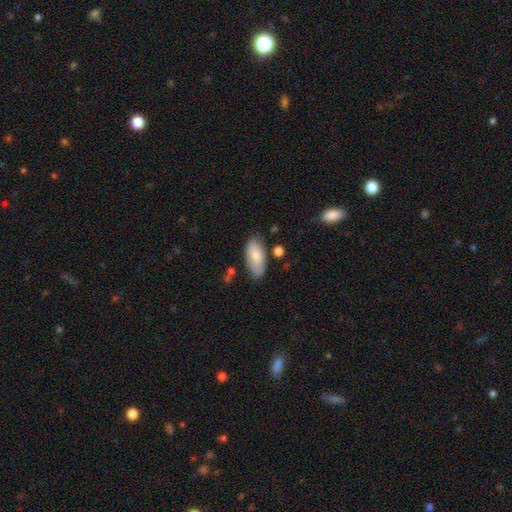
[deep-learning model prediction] Smooth or featured: smooth — 78% (featured or disk — 16%)
How rounded: in between — 90% (cigar-shaped — 8%)
Merging: none — 75% (minor disturbance — 18%)